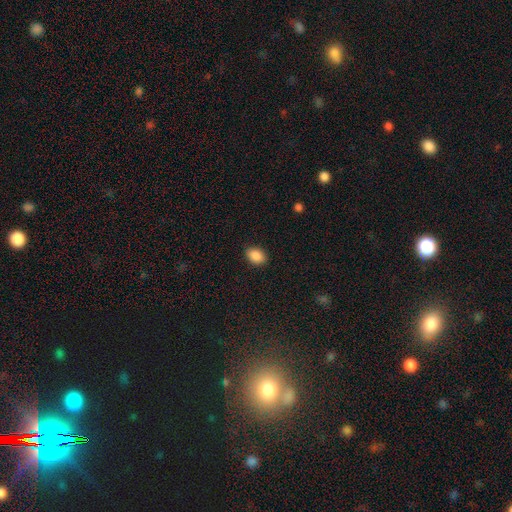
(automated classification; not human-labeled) The model was most divided on "how rounded": in between: 79%, round: 20%, cigar-shaped: 1%. More confident: merging — none (89%); smooth or featured — smooth (89%).